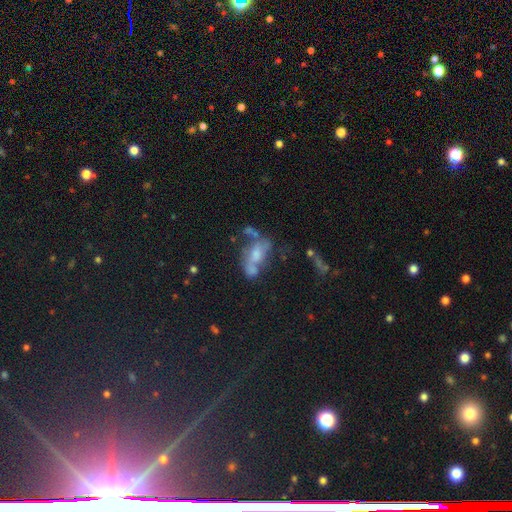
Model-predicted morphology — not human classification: featured or disk 47%, smooth 38%, star or artifact 15%. Down the decision tree: merging — merger (31%).